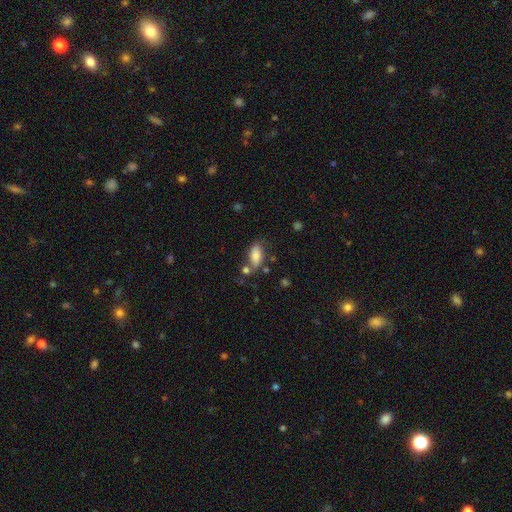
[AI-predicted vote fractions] Smooth or featured? smooth (78%)
How rounded? in between (89%)
Merging? none (57%)